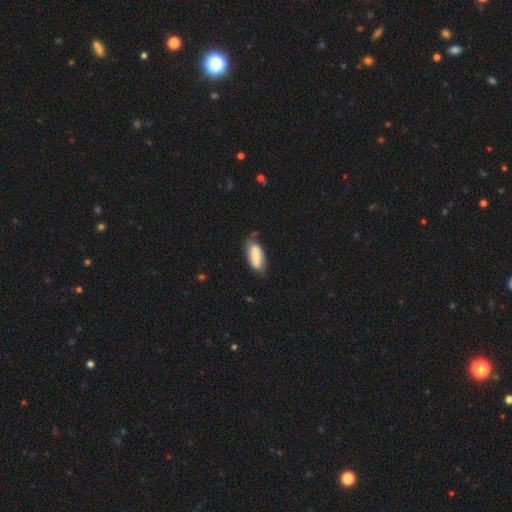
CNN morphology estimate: This is likely a smooth galaxy (61%). How rounded: clearly in between (82%). Merging: likely none (62%).